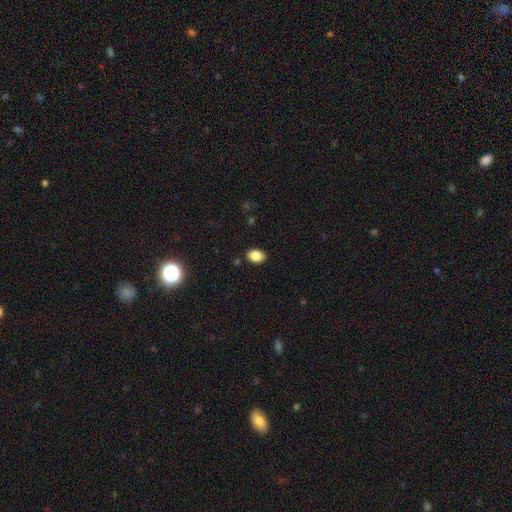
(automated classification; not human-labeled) Morphology: type=smooth (85%); roundness=in between (78%); merging=none (88%).